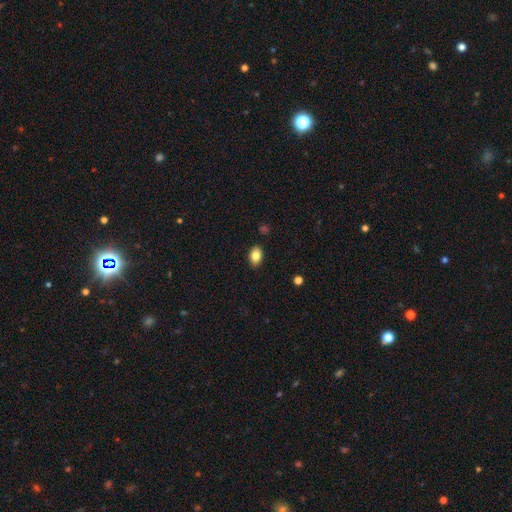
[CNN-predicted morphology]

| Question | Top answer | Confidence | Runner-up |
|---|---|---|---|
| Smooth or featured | smooth | 84% | star or artifact (8%) |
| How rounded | in between | 87% | round (12%) |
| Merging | none | 88% | minor disturbance (9%) |